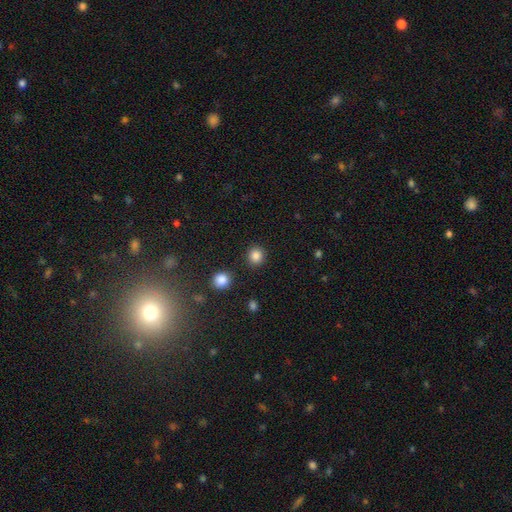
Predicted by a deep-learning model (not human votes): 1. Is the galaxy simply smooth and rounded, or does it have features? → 85% smooth, 11% star or artifact, 4% featured or disk.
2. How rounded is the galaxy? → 90% round, 9% in between, 1% cigar-shaped.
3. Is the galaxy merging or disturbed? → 89% none, 6% minor disturbance, 2% merger, 2% major disturbance.